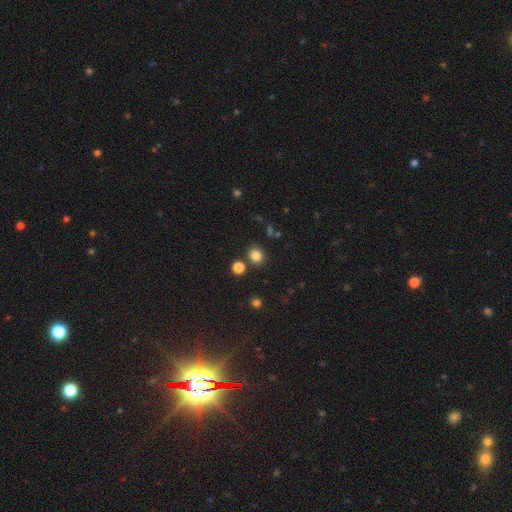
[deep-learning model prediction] Q: Smooth or featured?
A: smooth (82%); runner-up: star or artifact (13%)
Q: How rounded?
A: round (80%); runner-up: in between (19%)
Q: Merging?
A: none (81%); runner-up: merger (9%)